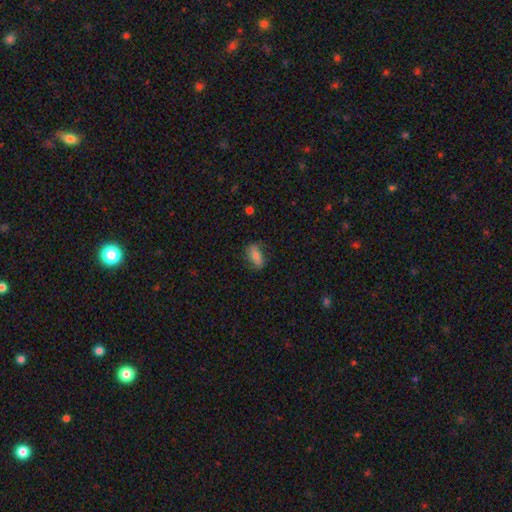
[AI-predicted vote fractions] Smooth or featured? Predicted: smooth (p=0.75). How rounded? Predicted: in between (p=0.79). Merging? Predicted: none (p=0.72).